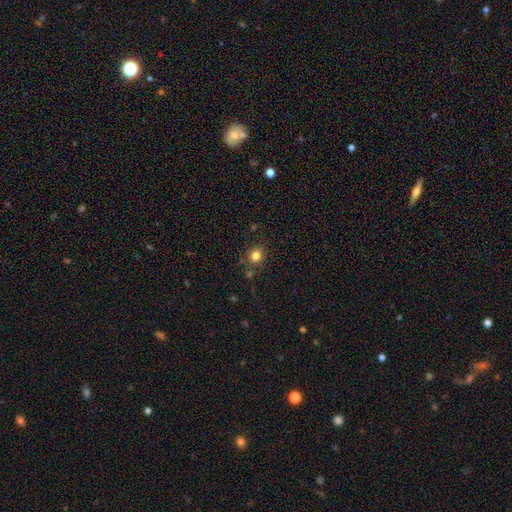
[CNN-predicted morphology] This appears to be a smooth galaxy with no disk features (81%) that is round (82%). Merging: none (80%).